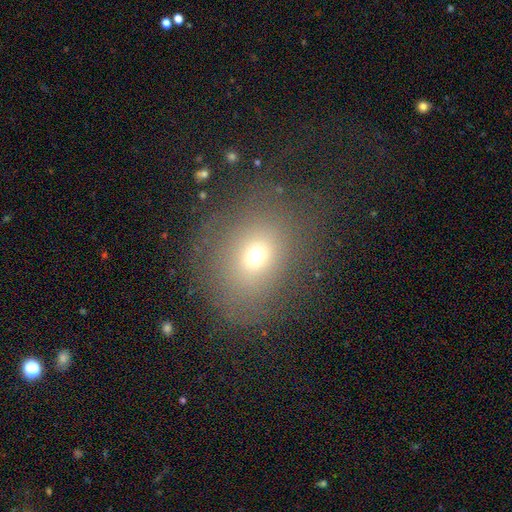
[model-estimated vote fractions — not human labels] Smooth or featured? Predicted: smooth (p=0.66). How rounded? Predicted: round (p=0.55). Merging? Predicted: none (p=0.73).